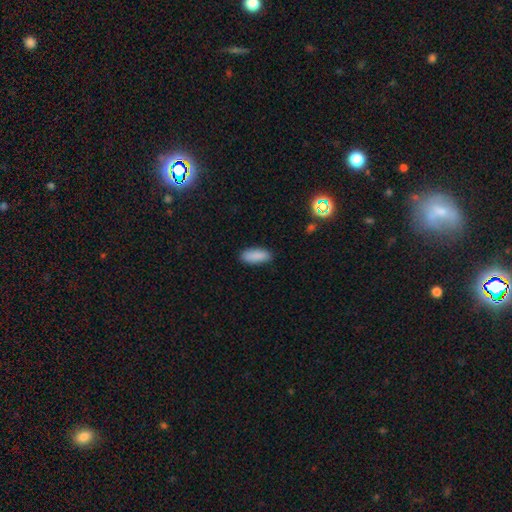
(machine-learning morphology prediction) This appears to be a smooth galaxy with no disk features (88%) that is in between round and cigar-shaped (79%). Merging: none (87%).